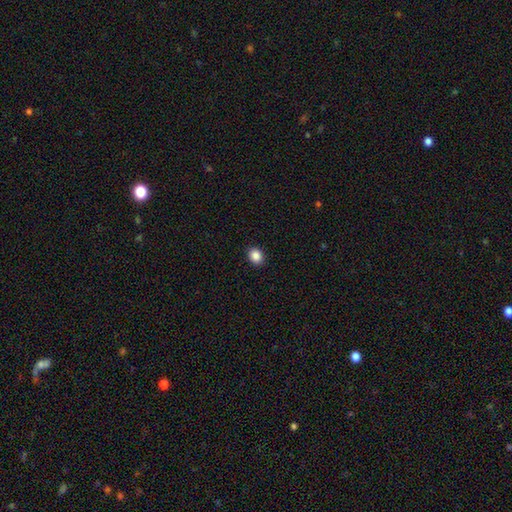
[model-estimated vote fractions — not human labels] Smooth or featured: smooth — 88% (star or artifact — 9%)
How rounded: round — 51% (in between — 48%)
Merging: none — 91% (minor disturbance — 6%)